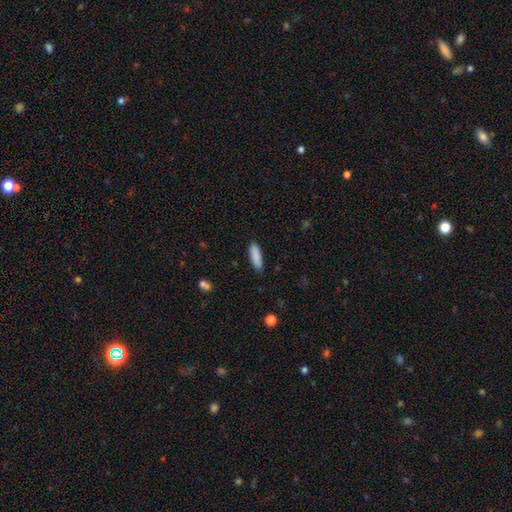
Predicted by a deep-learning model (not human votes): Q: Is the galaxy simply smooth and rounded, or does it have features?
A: smooth — 89%.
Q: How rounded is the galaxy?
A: cigar-shaped — 51%.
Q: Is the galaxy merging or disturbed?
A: none — 88%.